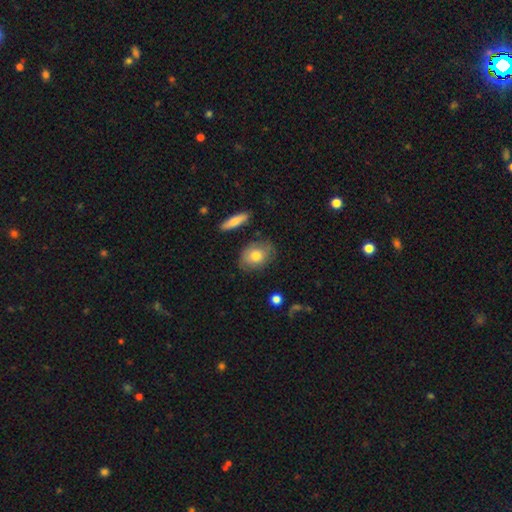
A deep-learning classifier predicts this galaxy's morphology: Smooth or featured? Predicted: smooth (p=0.71). How rounded? Predicted: in between (p=0.65). Merging? Predicted: none (p=0.75).